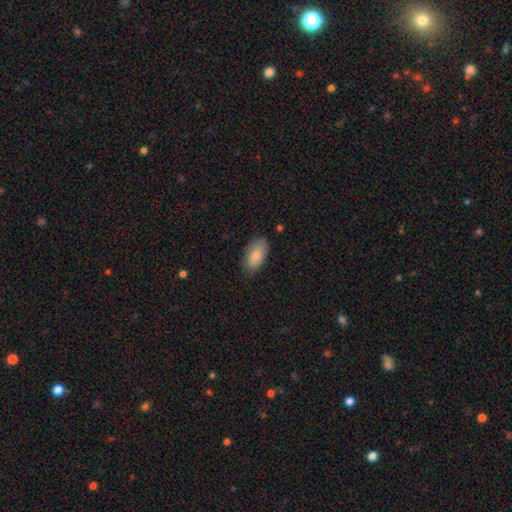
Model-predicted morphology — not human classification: smooth-or-featured: smooth: 84% | featured or disk: 9% | star or artifact: 6%
  how-rounded: in between: 94% | cigar-shaped: 3% | round: 3%
  merging: none: 75% | minor disturbance: 20% | major disturbance: 4% | merger: 1%